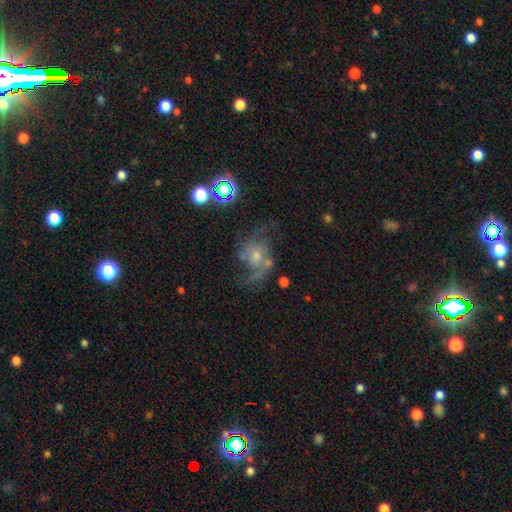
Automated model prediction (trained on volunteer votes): featured or disk 73%, star or artifact 15%, smooth 12%. Down the decision tree: edge-on disk — no (97%); bar — no (70%); spiral arms — yes (91%); spiral arm count — 2 (74%); spiral winding — loose (45%); bulge size — small (56%); merging — none (52%).